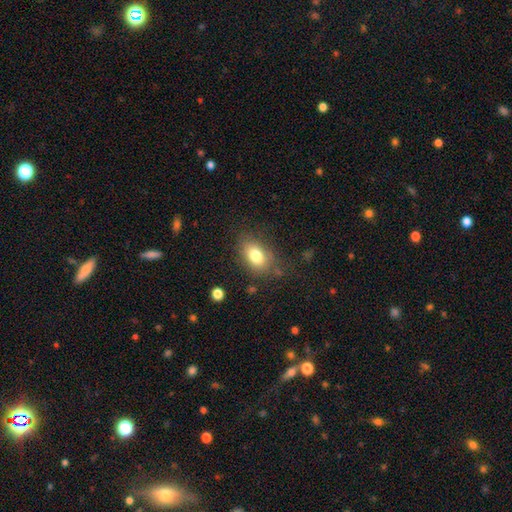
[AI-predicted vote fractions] Q: Smooth or featured?
A: smooth (79%); runner-up: featured or disk (12%)
Q: How rounded?
A: in between (83%); runner-up: round (16%)
Q: Merging?
A: none (75%); runner-up: minor disturbance (16%)